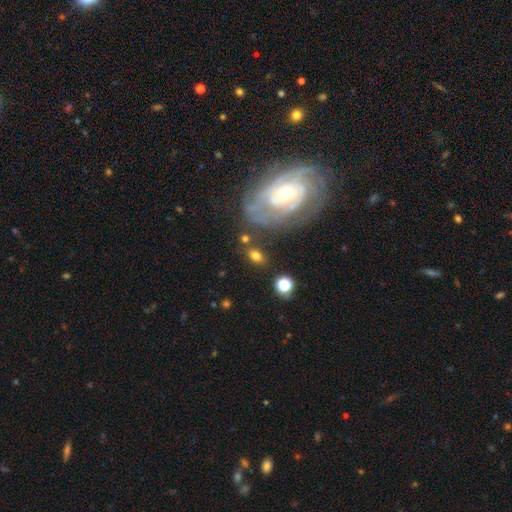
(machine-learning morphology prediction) Overall: smooth (65%). How rounded: in between (79%). Merging: none (66%).